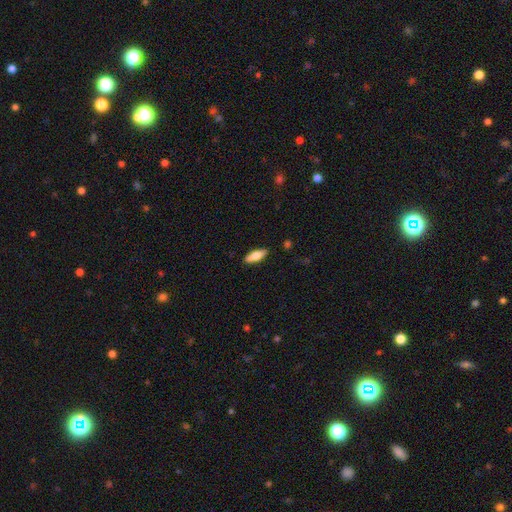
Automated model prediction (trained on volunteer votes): A smooth galaxy with no disk features (65%) that is in between round and cigar-shaped (59%). Merging: none (85%).